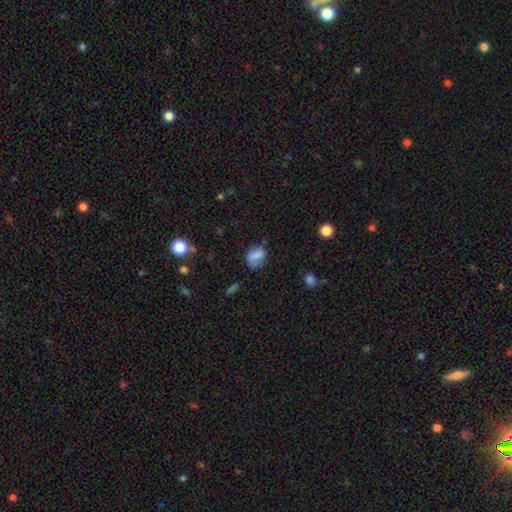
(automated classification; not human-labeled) A smooth galaxy with no disk features (78%) that is in between round and cigar-shaped (64%). Merging: none (55%).